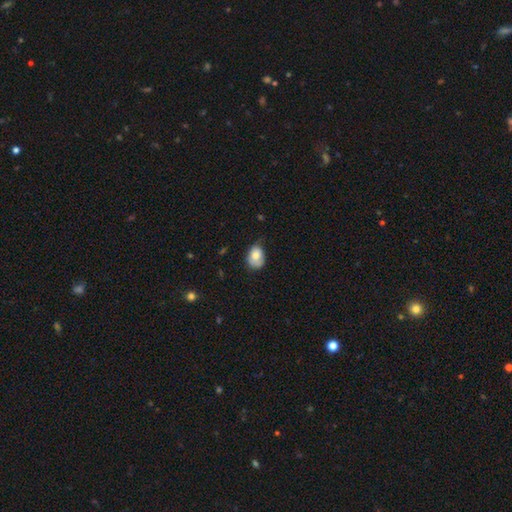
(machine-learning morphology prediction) smooth-or-featured: smooth: 76% | featured or disk: 16% | star or artifact: 8%
  how-rounded: in between: 67% | round: 32% | cigar-shaped: 1%
  merging: none: 45% | minor disturbance: 40% | major disturbance: 12% | merger: 3%